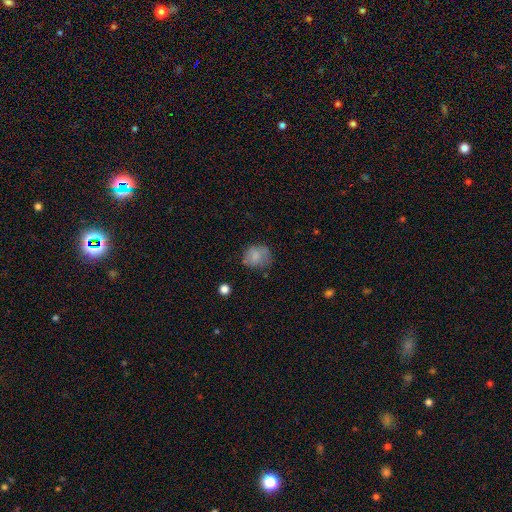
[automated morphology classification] Smooth or featured: smooth — 75% (featured or disk — 15%)
How rounded: round — 67% (in between — 32%)
Merging: none — 60% (minor disturbance — 26%)